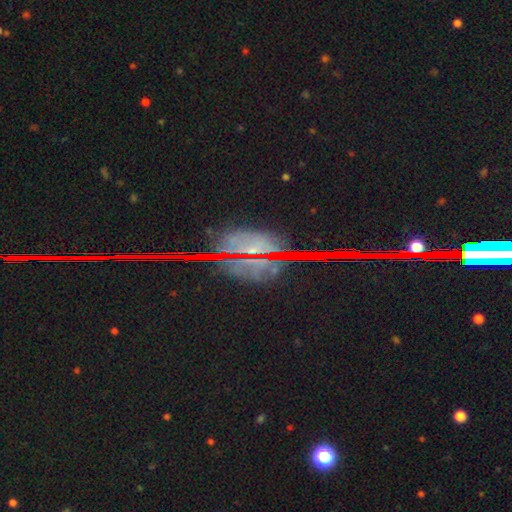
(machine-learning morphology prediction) A star or artifact, not a galaxy (65%).